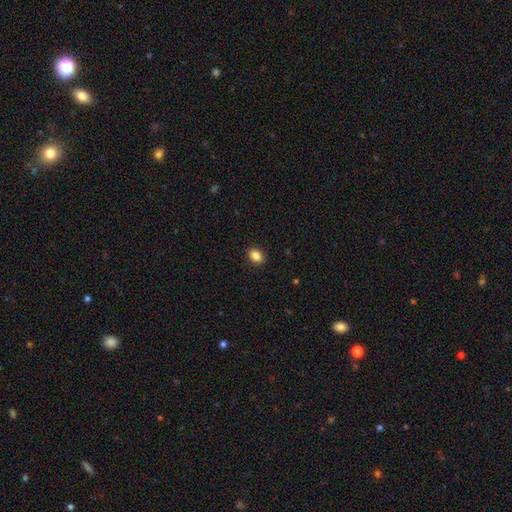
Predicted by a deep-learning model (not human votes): Smooth or featured?
  - smooth: 87% *
  - star or artifact: 9%
  - featured or disk: 4%
How rounded?
  - in between: 63% *
  - round: 36%
  - cigar-shaped: 1%
Merging?
  - none: 91% *
  - minor disturbance: 7%
  - major disturbance: 2%
  - merger: 1%